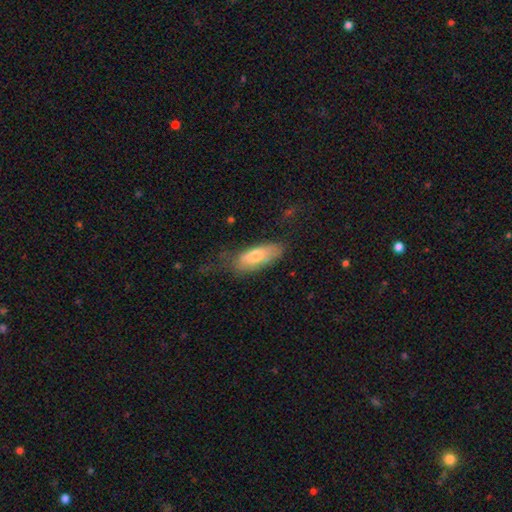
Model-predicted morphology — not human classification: Smooth or featured? smooth (72%)
How rounded? in between (73%)
Merging? none (54%)